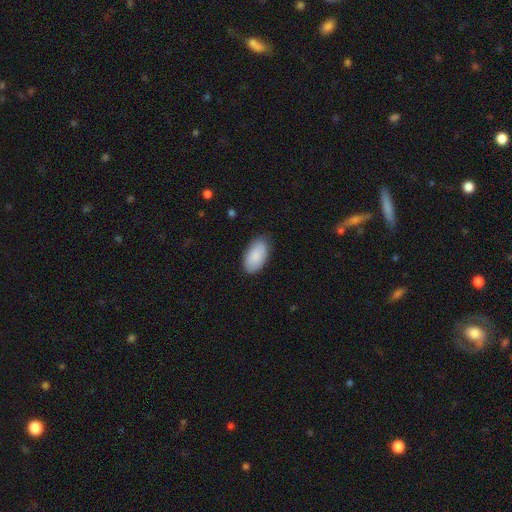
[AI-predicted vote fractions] This appears to be a smooth galaxy with no disk features (88%) that is in between round and cigar-shaped (95%). Merging: none (84%).